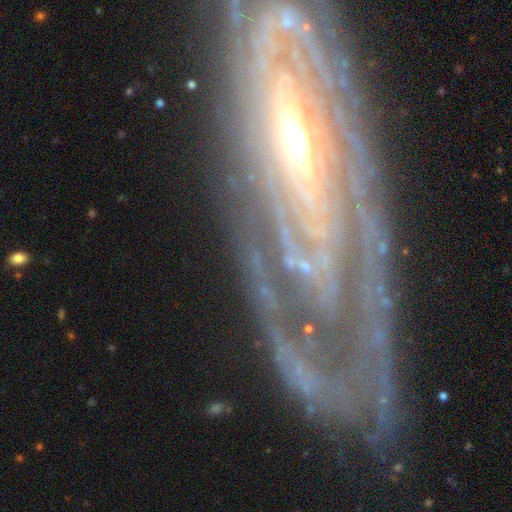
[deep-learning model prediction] smooth-or-featured: featured or disk: 68% | star or artifact: 20% | smooth: 12%
  disk-edge-on: no: 86% | yes: 14%
    bar: no: 41% | strong: 32% | weak: 27%
    has-spiral-arms: yes: 91% | no: 9%
      spiral-winding: tight: 71% | medium: 21% | loose: 7%
      spiral-arm-count: can't tell: 28% | 2: 21% | 3: 17% | 4: 12% | more than 4: 12% | 1: 11%
    bulge-size: small: 52% | moderate: 31% | large: 7% | none: 6% | dominant: 3%
  merging: none: 69% | minor disturbance: 16% | major disturbance: 10% | merger: 4%